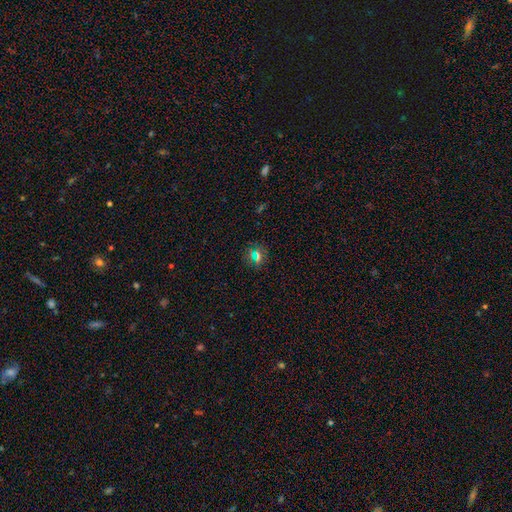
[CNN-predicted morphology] smooth 55%, star or artifact 36%, featured or disk 9%. Down the decision tree: how rounded — round (84%); merging — none (84%).